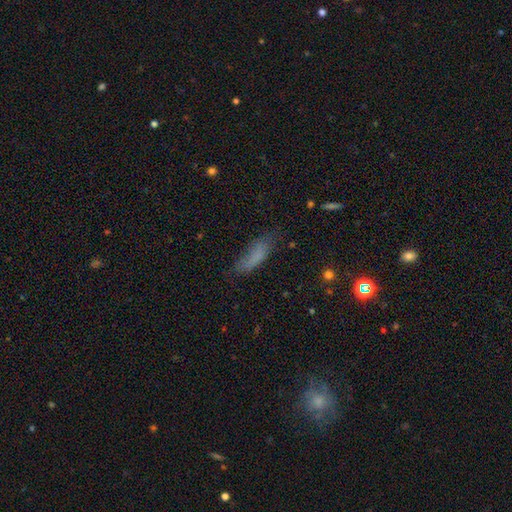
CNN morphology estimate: Smooth or featured? smooth (74%)
How rounded? cigar-shaped (50%)
Merging? none (57%)